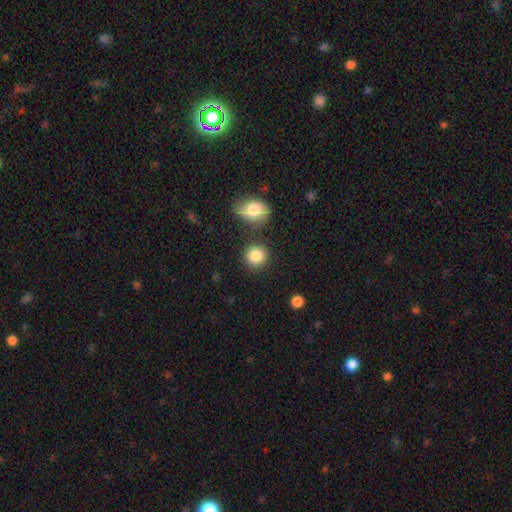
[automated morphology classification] This appears to be a smooth galaxy with no disk features (86%) that is round (89%). Merging: none (81%).